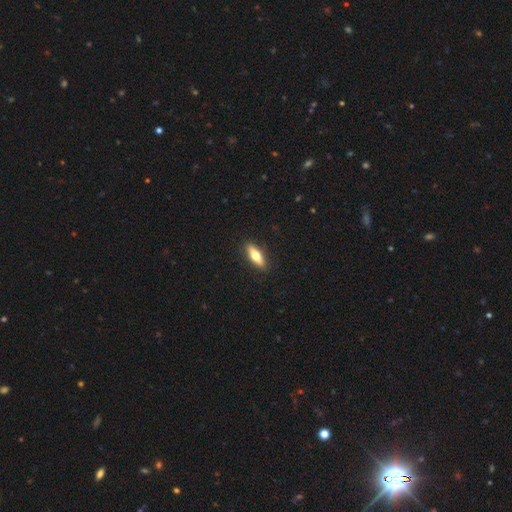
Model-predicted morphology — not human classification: A smooth galaxy with no disk features (62%) that is cigar-shaped (51%). Merging: none (90%).